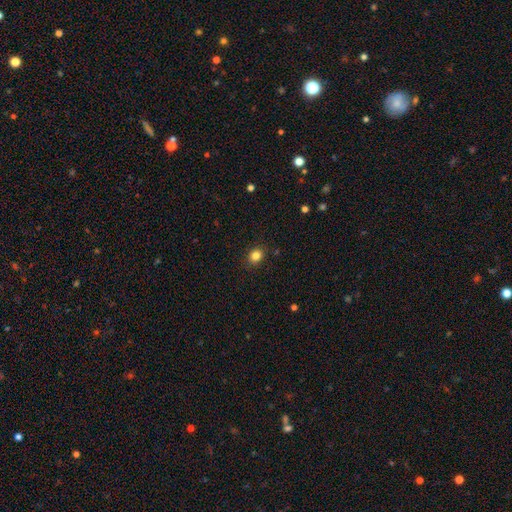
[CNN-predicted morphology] This appears to be a smooth galaxy with no disk features (83%) that is round (64%). Merging: none (89%).